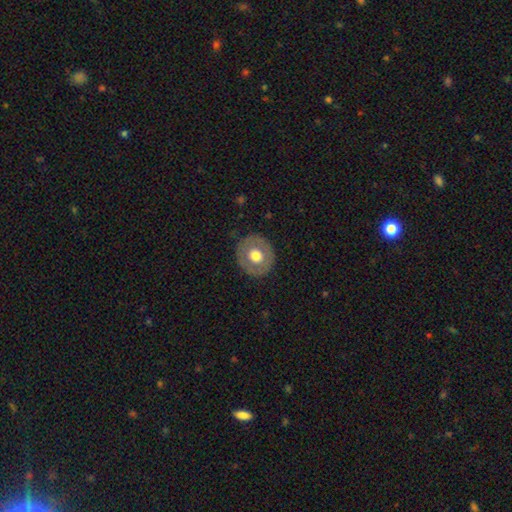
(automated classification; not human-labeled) The model was most divided on "smooth or featured": smooth: 58%, featured or disk: 35%, star or artifact: 6%. More confident: merging — none (86%); how rounded — round (84%).